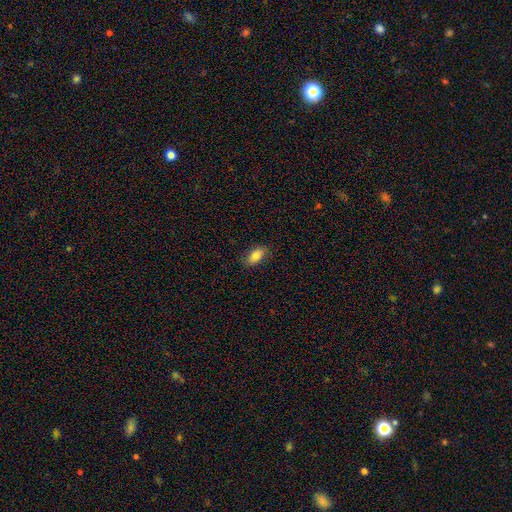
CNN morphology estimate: Smooth or featured: smooth — 83% (featured or disk — 10%)
How rounded: in between — 90% (round — 5%)
Merging: none — 85% (minor disturbance — 12%)